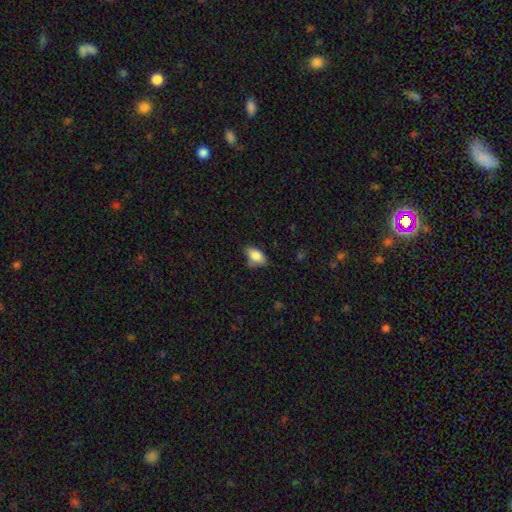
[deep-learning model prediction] Overall: smooth (83%). How rounded: in between (90%). Merging: none (62%; minor disturbance 28%).